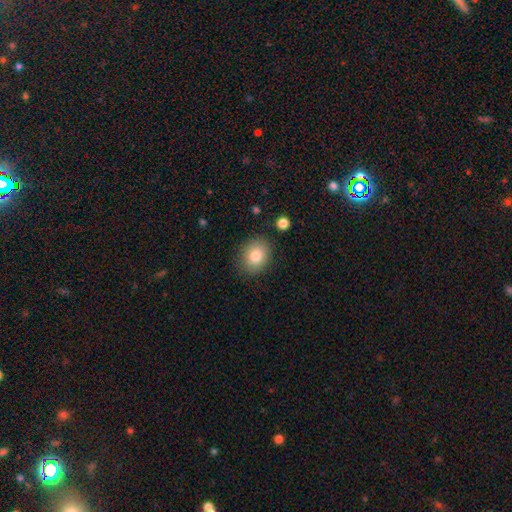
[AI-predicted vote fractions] Overall: smooth (82%). How rounded: round (55%; in between 44%). Merging: none (85%).